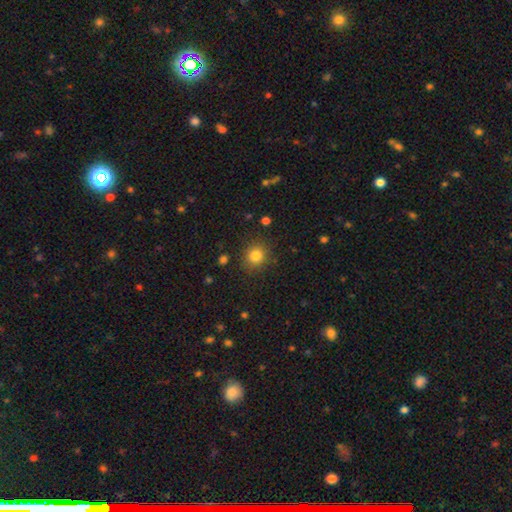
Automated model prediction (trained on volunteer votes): Overall: smooth (82%). How rounded: round (83%). Merging: none (87%).